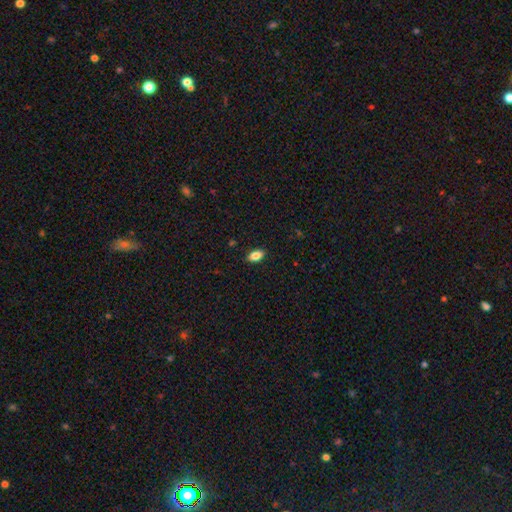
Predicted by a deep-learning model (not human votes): Q: Smooth or featured?
A: smooth (84%); runner-up: star or artifact (8%)
Q: How rounded?
A: in between (90%); runner-up: round (6%)
Q: Merging?
A: none (89%); runner-up: minor disturbance (8%)